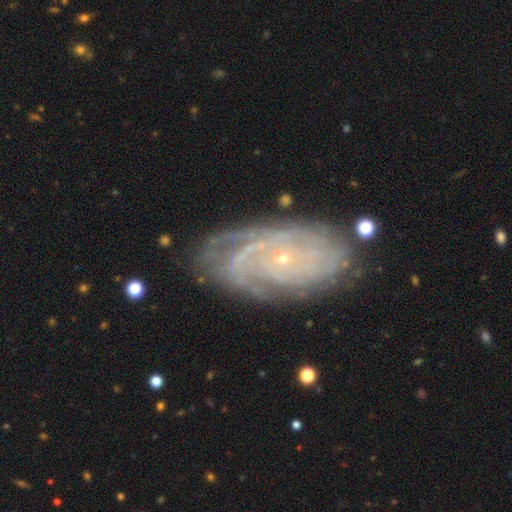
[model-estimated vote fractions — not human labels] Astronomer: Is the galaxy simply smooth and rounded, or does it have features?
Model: featured or disk — 86%.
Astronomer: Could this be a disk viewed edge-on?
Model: no — 95%.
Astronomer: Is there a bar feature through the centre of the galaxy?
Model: no — 80%.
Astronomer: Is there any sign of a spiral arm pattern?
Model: yes — 95%.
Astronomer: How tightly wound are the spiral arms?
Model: tight — 75%.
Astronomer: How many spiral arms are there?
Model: can't tell — 33% (runner-up: 4, 17%).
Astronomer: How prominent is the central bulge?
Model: small — 89%.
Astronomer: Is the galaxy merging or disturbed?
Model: none — 75%.